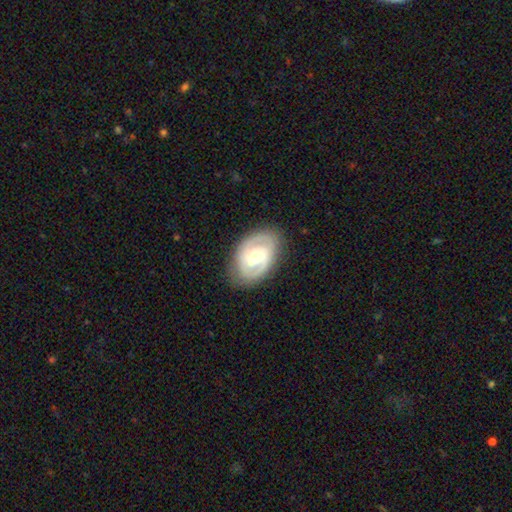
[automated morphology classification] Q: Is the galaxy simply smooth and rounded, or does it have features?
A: featured or disk — 76%.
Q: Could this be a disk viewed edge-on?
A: no — 95%.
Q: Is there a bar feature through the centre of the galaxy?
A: no — 50%.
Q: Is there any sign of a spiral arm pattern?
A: yes — 79%.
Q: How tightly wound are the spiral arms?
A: tight — 52%.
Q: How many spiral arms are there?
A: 2 — 70%.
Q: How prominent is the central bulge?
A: moderate — 63%.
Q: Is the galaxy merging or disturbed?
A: none — 80%.